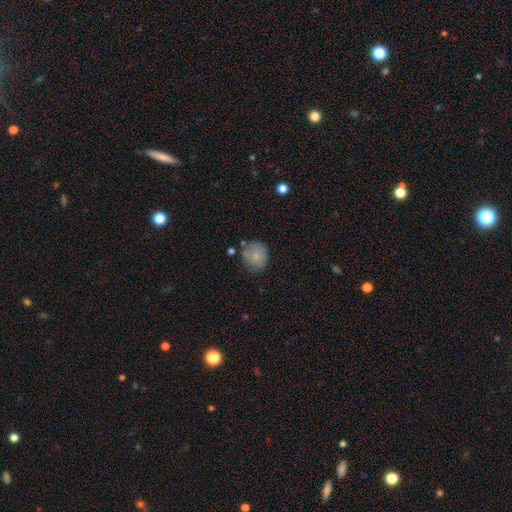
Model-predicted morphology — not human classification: A smooth galaxy with no disk features (80%) that is round (76%). Merging: none (66%).